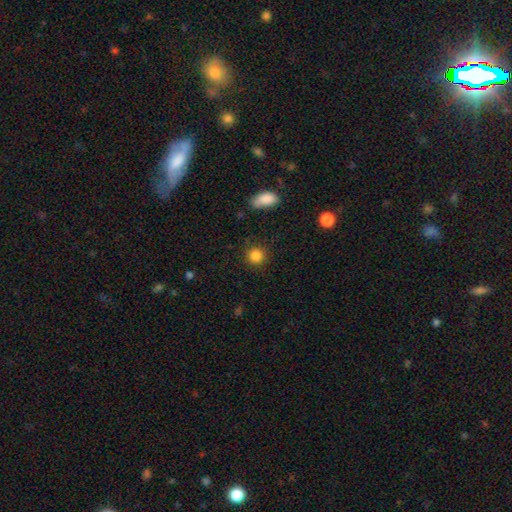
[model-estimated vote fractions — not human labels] Q: Smooth or featured?
A: smooth (86%); runner-up: star or artifact (10%)
Q: How rounded?
A: round (90%); runner-up: in between (9%)
Q: Merging?
A: none (87%); runner-up: minor disturbance (8%)